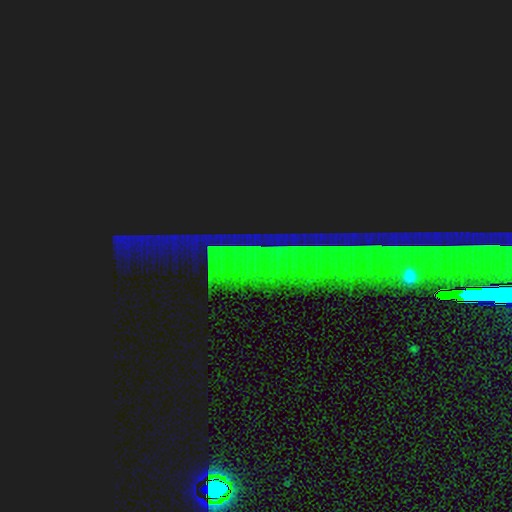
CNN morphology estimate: Smooth or featured? star or artifact (81%)